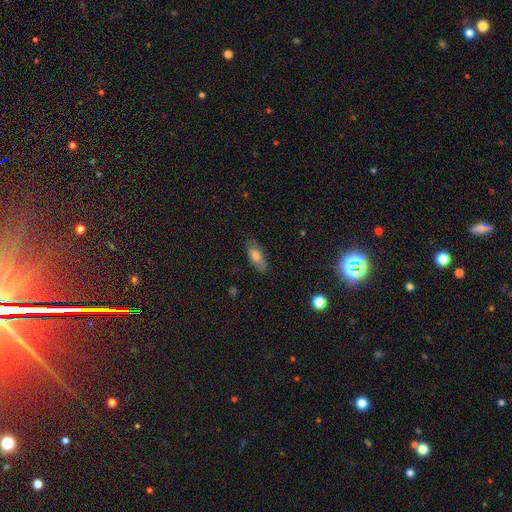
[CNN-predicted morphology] type=smooth (71%); roundness=in between (74%); merging=none (79%).